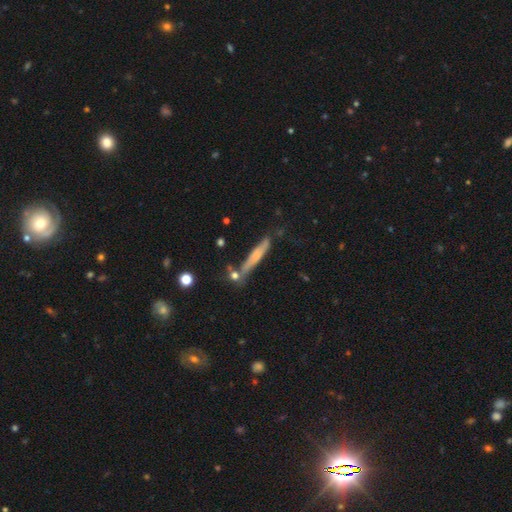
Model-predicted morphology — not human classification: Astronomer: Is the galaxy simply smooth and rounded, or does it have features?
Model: smooth — 56% (runner-up: featured or disk, 36%).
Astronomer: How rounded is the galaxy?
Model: cigar-shaped — 92%.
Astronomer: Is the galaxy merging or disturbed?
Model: none — 70%.